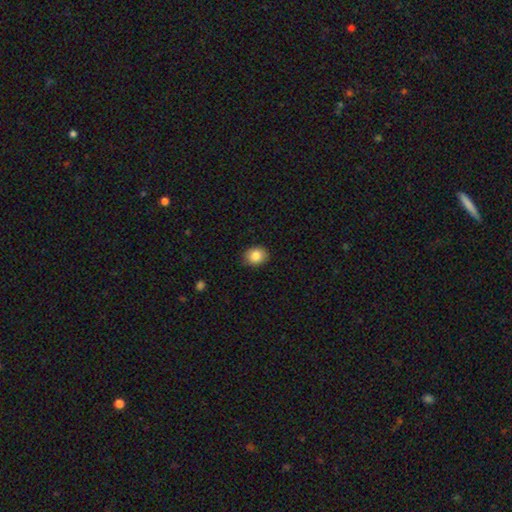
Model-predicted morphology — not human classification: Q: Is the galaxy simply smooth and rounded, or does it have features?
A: smooth — 85%.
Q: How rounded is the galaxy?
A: round — 55%.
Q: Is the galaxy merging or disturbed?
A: none — 87%.